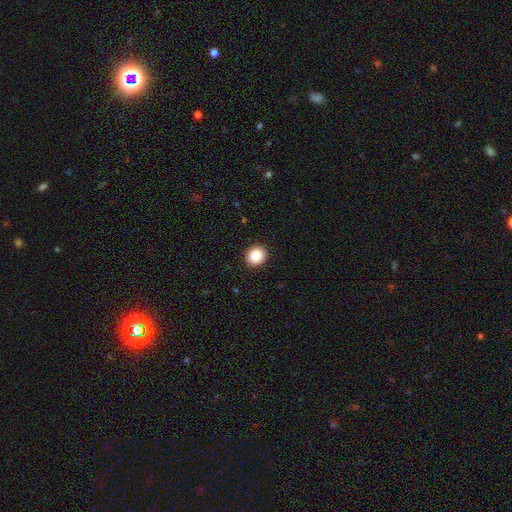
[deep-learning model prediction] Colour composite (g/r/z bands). It shows a smooth galaxy with no disk features (87%) that is round (76%). Merging: none (92%).